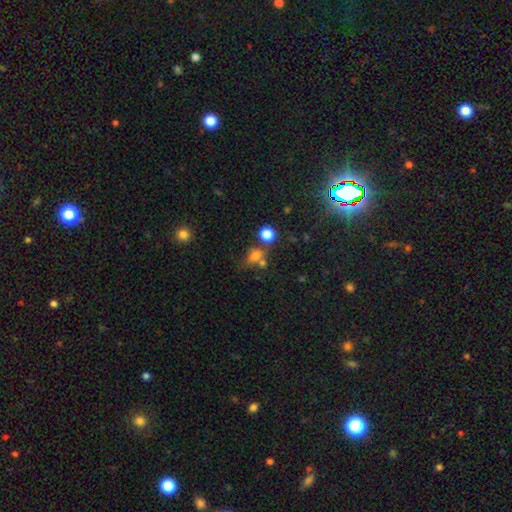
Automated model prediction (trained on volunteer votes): A smooth galaxy with no disk features (66%) that is round (53%). Merging: none (48%).